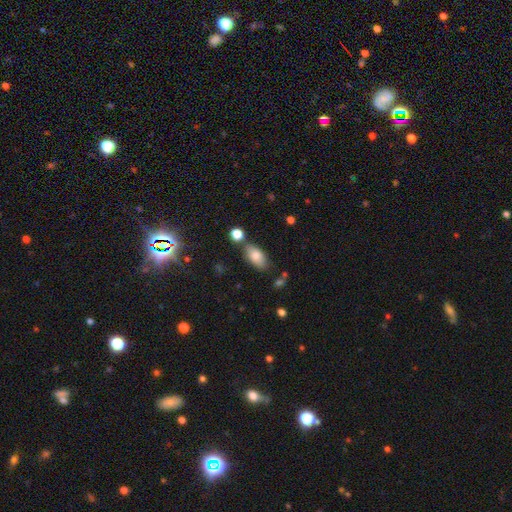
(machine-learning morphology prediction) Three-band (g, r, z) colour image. It shows a smooth galaxy with no disk features (82%) that is in between round and cigar-shaped (91%). Merging: none (73%).